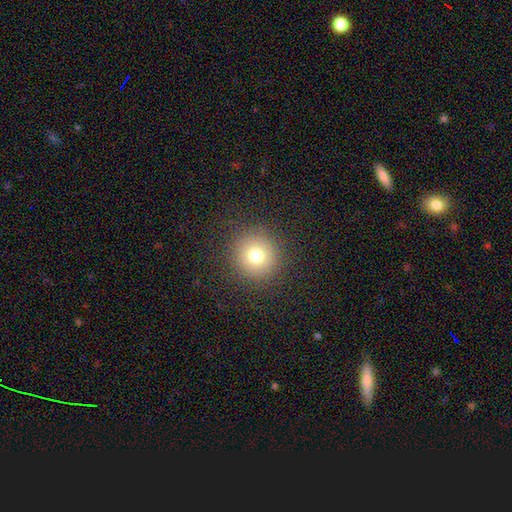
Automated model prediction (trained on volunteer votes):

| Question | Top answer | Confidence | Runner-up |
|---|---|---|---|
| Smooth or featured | smooth | 75% | star or artifact (15%) |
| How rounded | round | 94% | in between (5%) |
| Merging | none | 89% | minor disturbance (6%) |